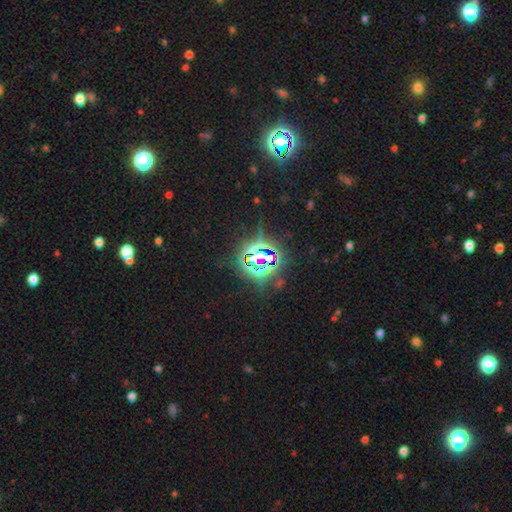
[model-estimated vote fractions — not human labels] Overall: star or artifact (83%).